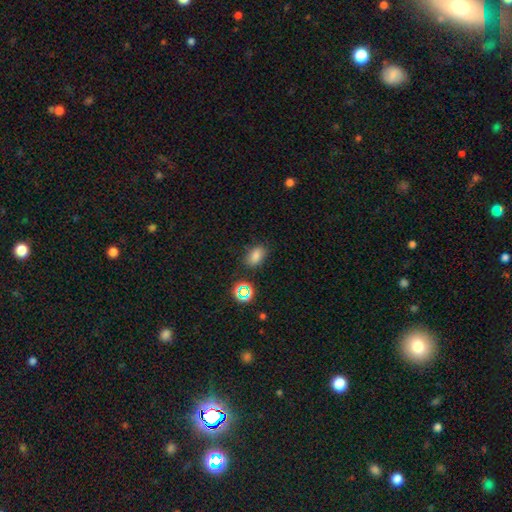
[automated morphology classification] A smooth galaxy with no disk features (76%) that is in between round and cigar-shaped (81%). Merging: none (76%).